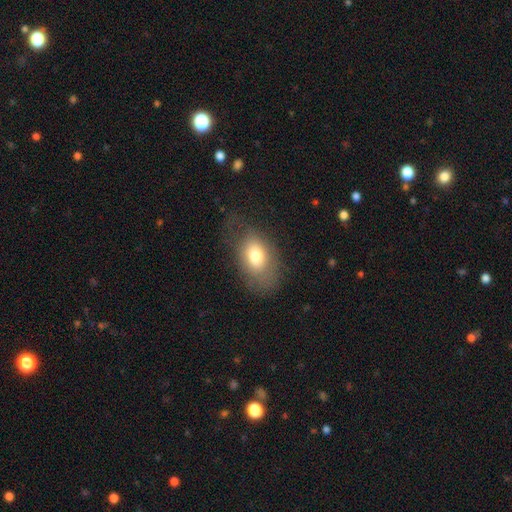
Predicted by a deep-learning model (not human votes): The model was most divided on "merging": none: 63%, minor disturbance: 21%, major disturbance: 15%, merger: 1%. More confident: how rounded — in between (83%); smooth or featured — smooth (73%).